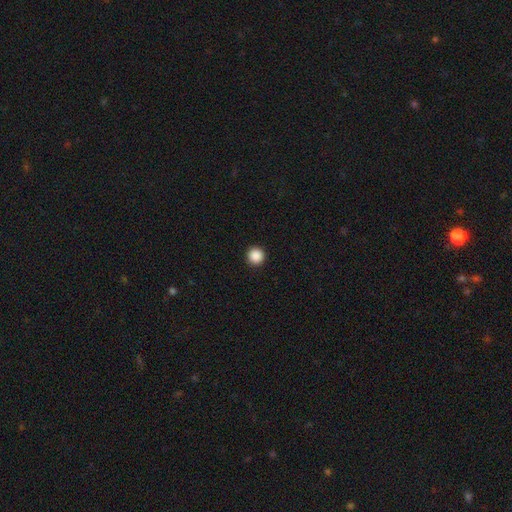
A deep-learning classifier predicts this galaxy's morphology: The model was most divided on "smooth or featured": smooth: 88%, star or artifact: 10%, featured or disk: 2%. More confident: how rounded — round (96%); merging — none (94%).